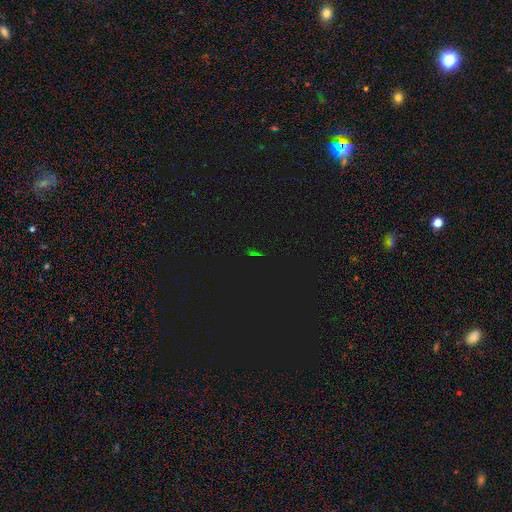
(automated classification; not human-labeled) This is likely a star or artifact rather than a galaxy (70%).